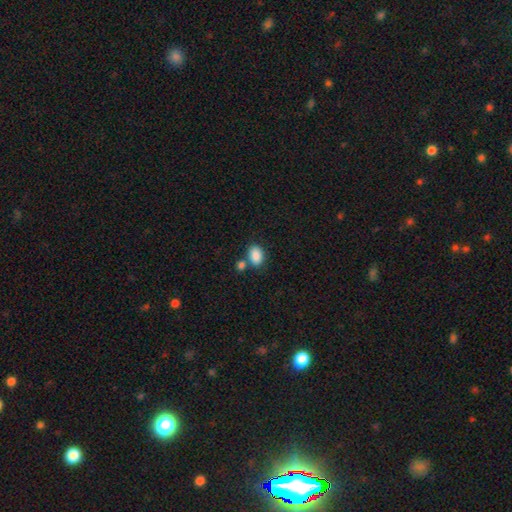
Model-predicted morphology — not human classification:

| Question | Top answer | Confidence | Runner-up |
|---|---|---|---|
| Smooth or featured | smooth | 88% | star or artifact (8%) |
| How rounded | in between | 83% | round (16%) |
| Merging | none | 63% | merger (20%) |